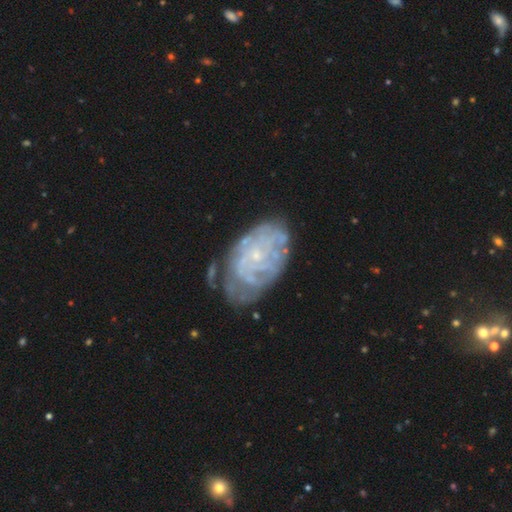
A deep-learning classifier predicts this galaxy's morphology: Q: Smooth or featured?
A: featured or disk (77%); runner-up: smooth (15%)
Q: Edge-on disk?
A: no (96%); runner-up: yes (4%)
Q: Bar?
A: no (78%); runner-up: weak (18%)
Q: Spiral arms?
A: yes (80%); runner-up: no (20%)
Q: Spiral winding?
A: tight (72%); runner-up: medium (20%)
Q: Spiral arm count?
A: can't tell (57%); runner-up: 4 (11%)
Q: Bulge size?
A: small (82%); runner-up: moderate (11%)
Q: Merging?
A: none (55%); runner-up: minor disturbance (28%)